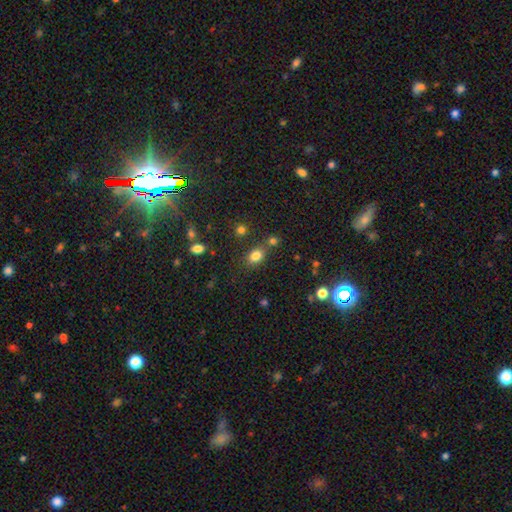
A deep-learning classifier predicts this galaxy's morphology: Smooth or featured?
  - smooth: 80% *
  - star or artifact: 13%
  - featured or disk: 7%
How rounded?
  - in between: 70% *
  - round: 28%
  - cigar-shaped: 2%
Merging?
  - none: 68% *
  - merger: 15%
  - minor disturbance: 13%
  - major disturbance: 4%